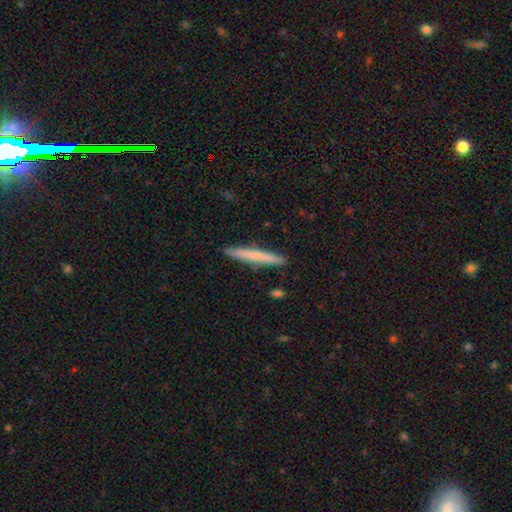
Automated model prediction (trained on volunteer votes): smooth_or_featured: smooth (p=0.67) [alt: featured or disk p=0.27]
how_rounded: cigar-shaped (p=0.96) [alt: in between p=0.03]
merging: none (p=0.90) [alt: minor disturbance p=0.07]